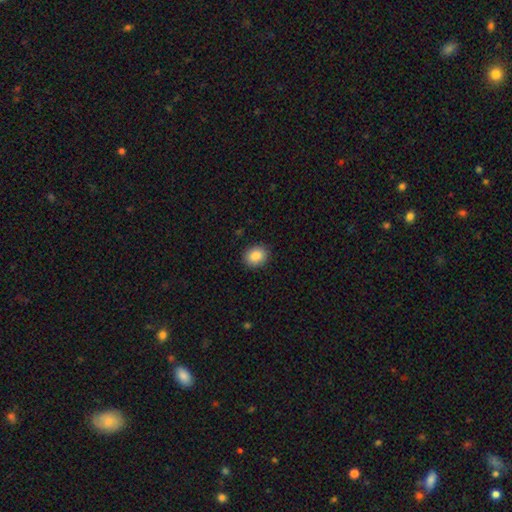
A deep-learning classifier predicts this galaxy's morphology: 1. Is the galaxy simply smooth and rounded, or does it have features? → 88% smooth, 8% star or artifact, 4% featured or disk.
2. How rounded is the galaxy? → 51% round, 48% in between, 1% cigar-shaped.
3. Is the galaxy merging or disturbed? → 89% none, 8% minor disturbance, 2% major disturbance, 1% merger.